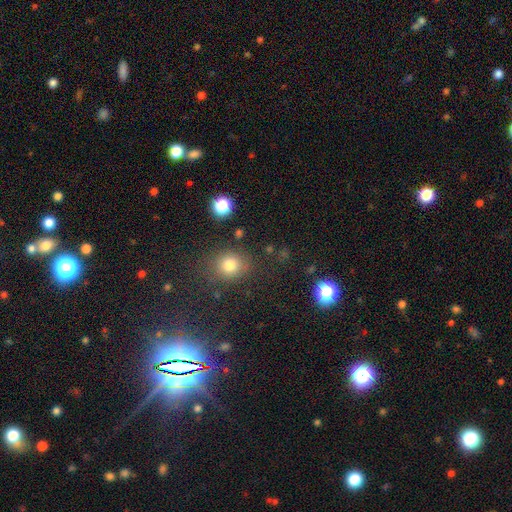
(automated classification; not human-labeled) Smooth or featured? Predicted: star or artifact (p=0.59).